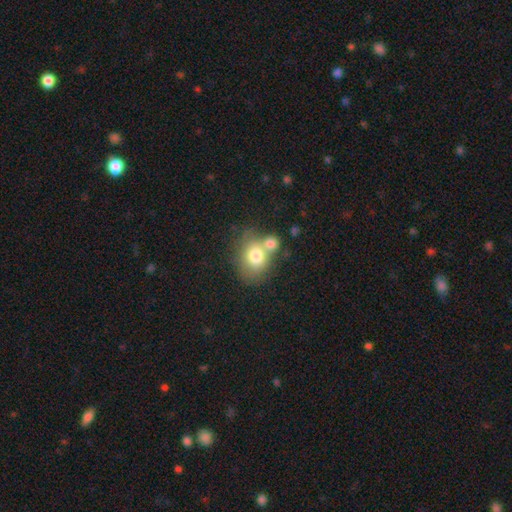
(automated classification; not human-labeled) This is likely a smooth galaxy (75%). How rounded: possibly round (50%). Merging: possibly merger (45%).